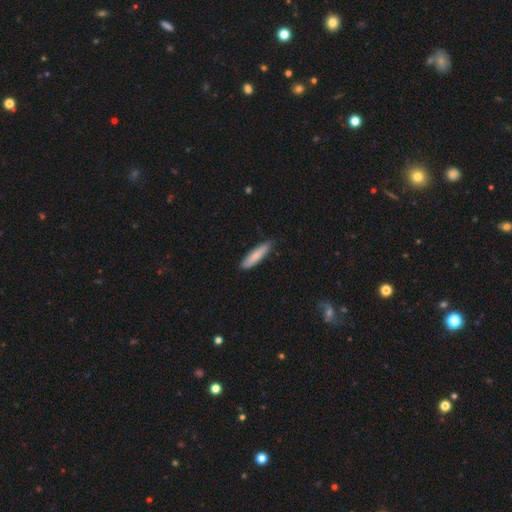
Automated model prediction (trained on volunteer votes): Smooth or featured? Predicted: smooth (p=0.81). How rounded? Predicted: cigar-shaped (p=0.78). Merging? Predicted: none (p=0.85).